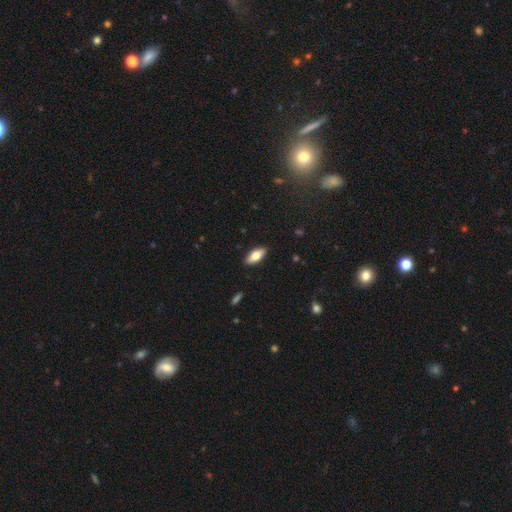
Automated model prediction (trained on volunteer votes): This is likely a smooth galaxy (75%). How rounded: clearly in between (84%). Merging: clearly none (89%).